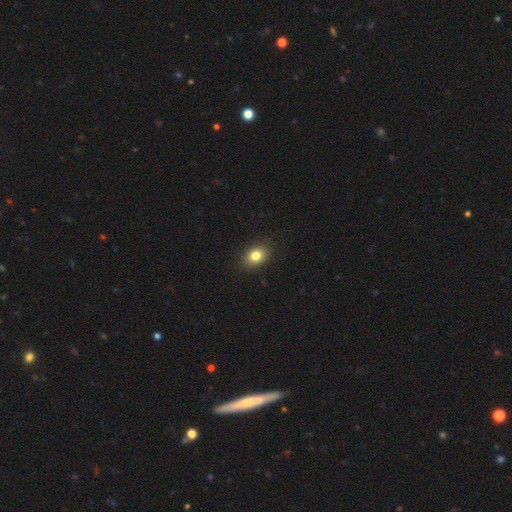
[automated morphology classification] Q: Smooth or featured?
A: smooth (82%); runner-up: star or artifact (10%)
Q: How rounded?
A: in between (71%); runner-up: round (28%)
Q: Merging?
A: none (89%); runner-up: minor disturbance (8%)